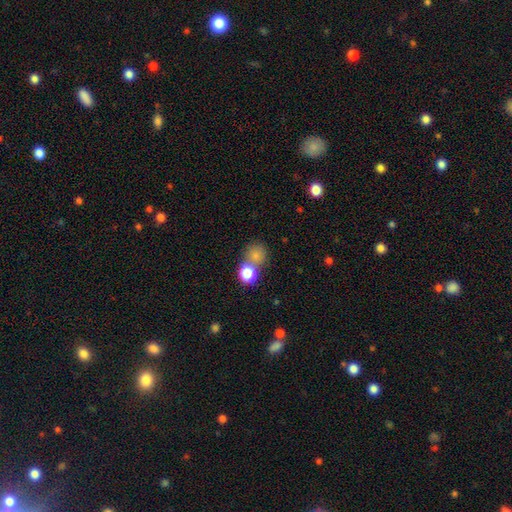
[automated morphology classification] Overall: smooth (73%). How rounded: round (82%). Merging: none (55%; merger 30%).